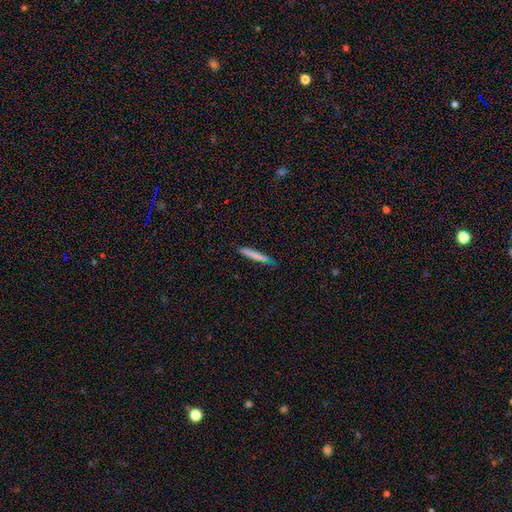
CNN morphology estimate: Smooth or featured? smooth (78%)
How rounded? cigar-shaped (95%)
Merging? none (81%)